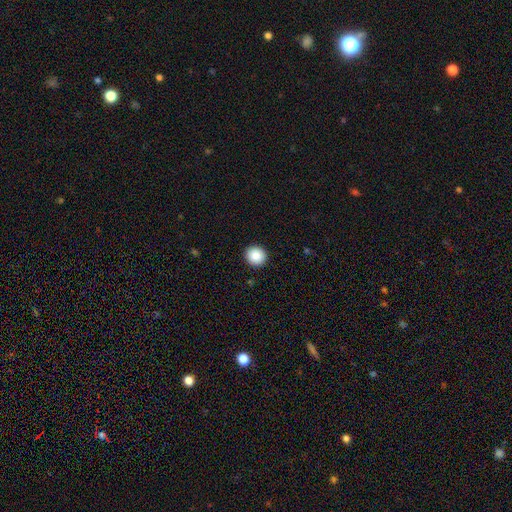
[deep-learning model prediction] Overall: smooth (88%). How rounded: round (92%). Merging: none (93%).